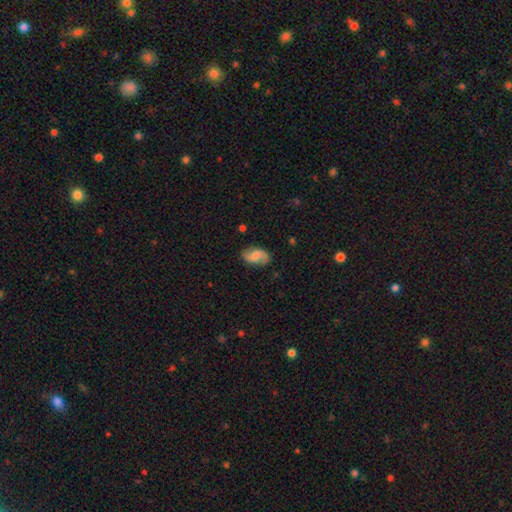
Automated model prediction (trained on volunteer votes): Smooth or featured? Predicted: smooth (p=0.55). How rounded? Predicted: in between (p=0.91). Merging? Predicted: none (p=0.78).